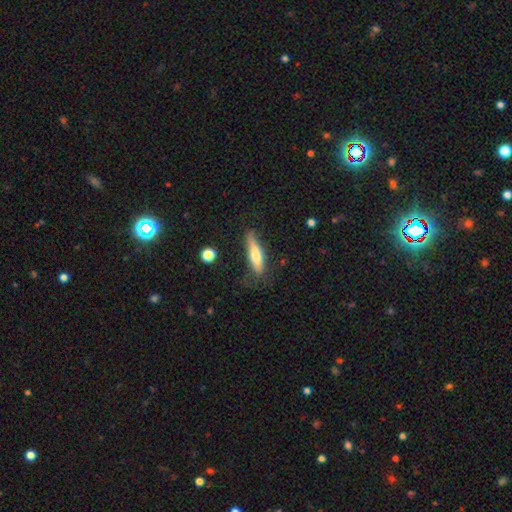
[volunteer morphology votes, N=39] type=smooth (64%); roundness=cigar-shaped (96%); merging=none (61%).